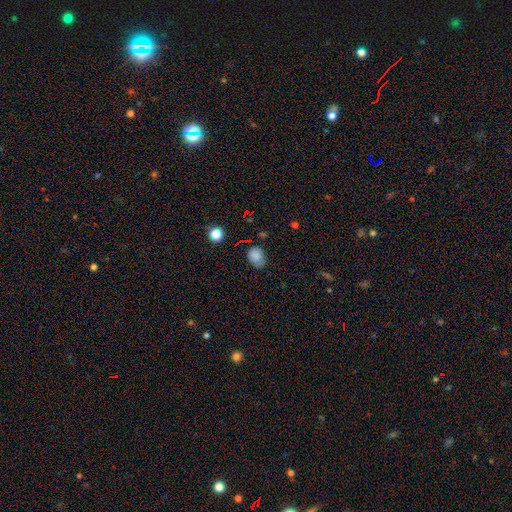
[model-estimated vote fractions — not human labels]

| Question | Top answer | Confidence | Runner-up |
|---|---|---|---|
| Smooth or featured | smooth | 79% | star or artifact (13%) |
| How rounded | in between | 61% | round (38%) |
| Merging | none | 68% | minor disturbance (25%) |